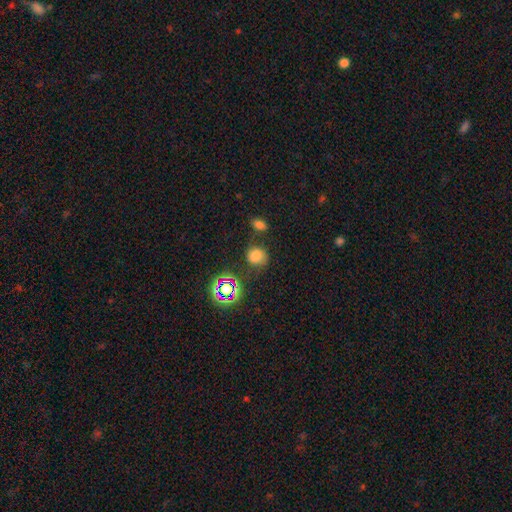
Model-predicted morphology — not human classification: Q: Smooth or featured?
A: smooth (70%); runner-up: star or artifact (21%)
Q: How rounded?
A: round (76%); runner-up: in between (23%)
Q: Merging?
A: none (67%); runner-up: minor disturbance (17%)